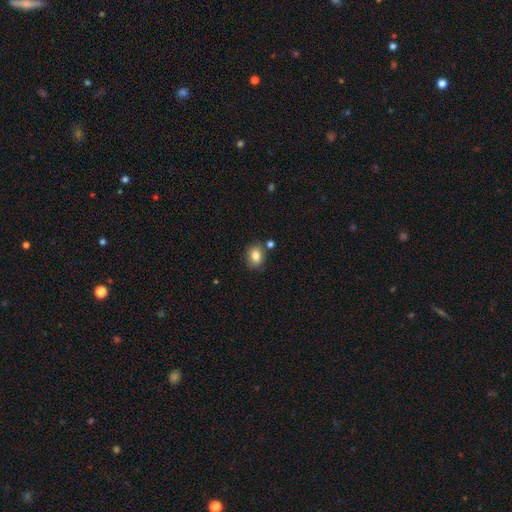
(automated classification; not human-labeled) The model was most divided on "how rounded": in between: 61%, round: 38%, cigar-shaped: 1%. More confident: smooth or featured — smooth (82%); merging — none (76%).